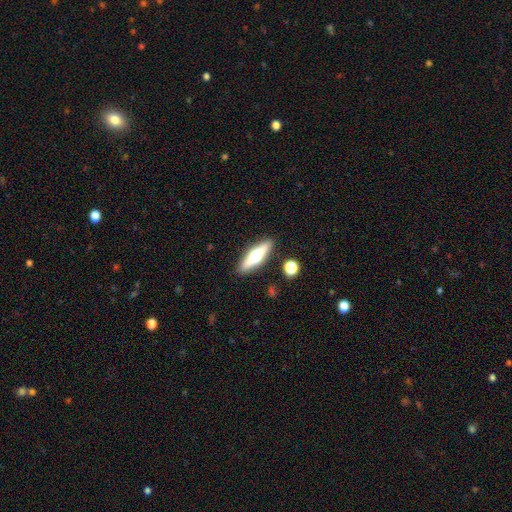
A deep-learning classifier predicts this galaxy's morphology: Smooth or featured? Predicted: featured or disk (p=0.54). Edge-on disk? Predicted: yes (p=0.93). Edge-on bulge? Predicted: rounded (p=0.94). Merging? Predicted: none (p=0.88).